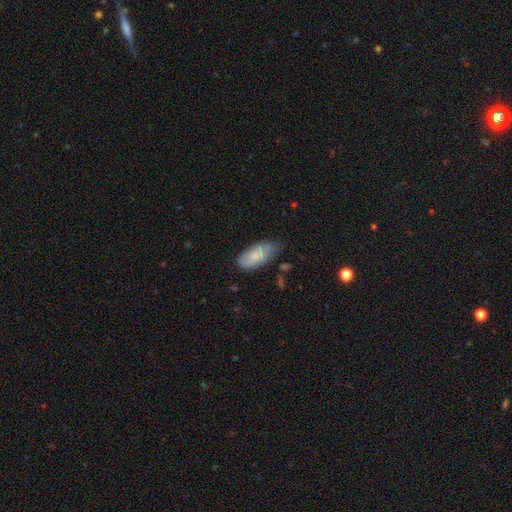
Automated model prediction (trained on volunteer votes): This is likely a smooth galaxy (70%). How rounded: clearly in between (91%). Merging: possibly none (54%).